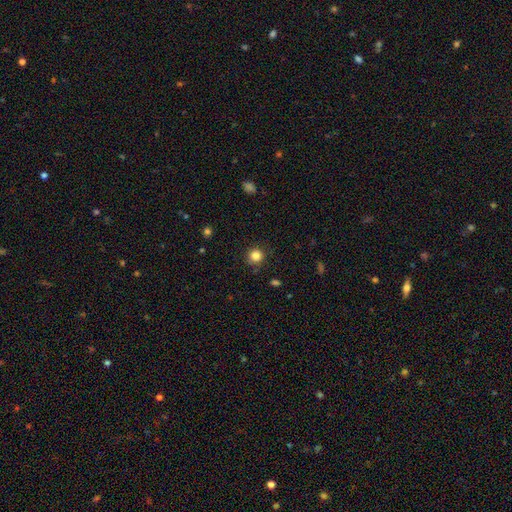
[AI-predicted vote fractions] This appears to be a smooth galaxy with no disk features (84%) that is round (93%). Merging: none (87%).